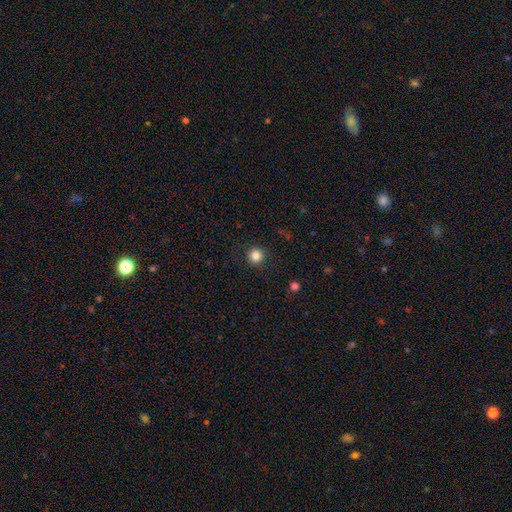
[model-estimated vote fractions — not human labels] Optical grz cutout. It shows a smooth galaxy with no disk features (84%) that is round (95%). Merging: none (90%).